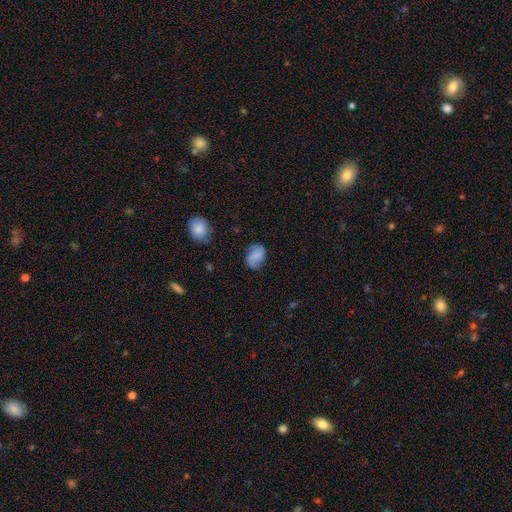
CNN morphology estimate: Smooth or featured? Predicted: smooth (p=0.57). How rounded? Predicted: in between (p=0.65). Merging? Predicted: none (p=0.71).